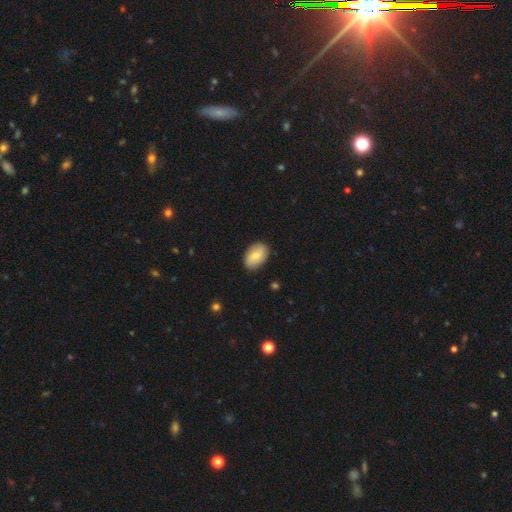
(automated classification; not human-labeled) Smooth or featured: smooth — 74% (featured or disk — 20%)
How rounded: in between — 89% (round — 9%)
Merging: none — 87% (minor disturbance — 10%)